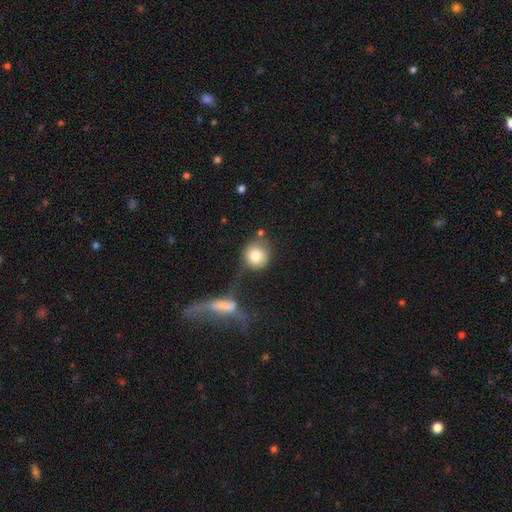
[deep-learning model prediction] This is likely a smooth galaxy (79%). How rounded: clearly round (86%). Merging: possibly none (50%).